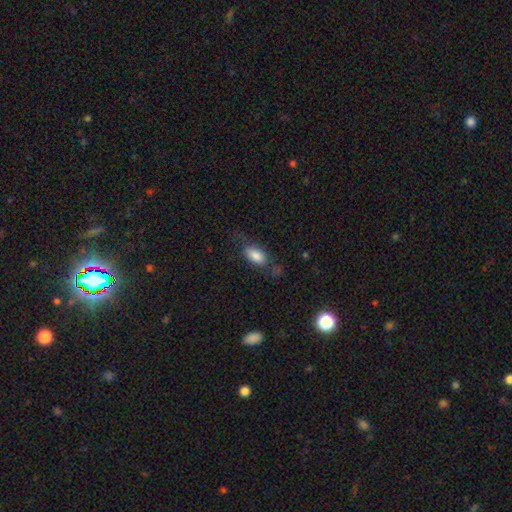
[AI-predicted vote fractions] Smooth or featured?
  - smooth: 79% *
  - featured or disk: 13%
  - star or artifact: 8%
How rounded?
  - in between: 89% *
  - cigar-shaped: 7%
  - round: 4%
Merging?
  - none: 56% *
  - minor disturbance: 24%
  - major disturbance: 16%
  - merger: 3%